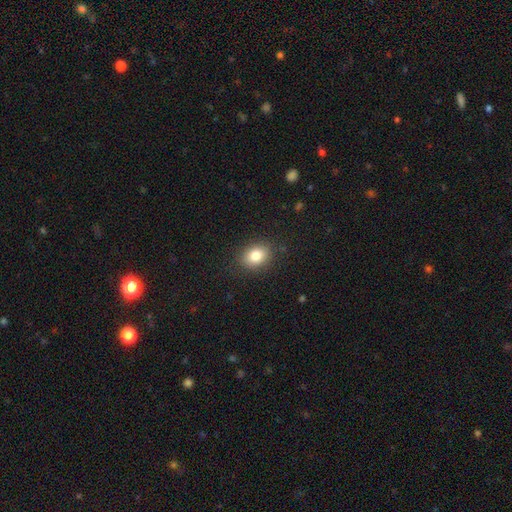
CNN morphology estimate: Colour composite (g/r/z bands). It shows a smooth galaxy with no disk features (83%) that is in between round and cigar-shaped (60%). Merging: none (86%).